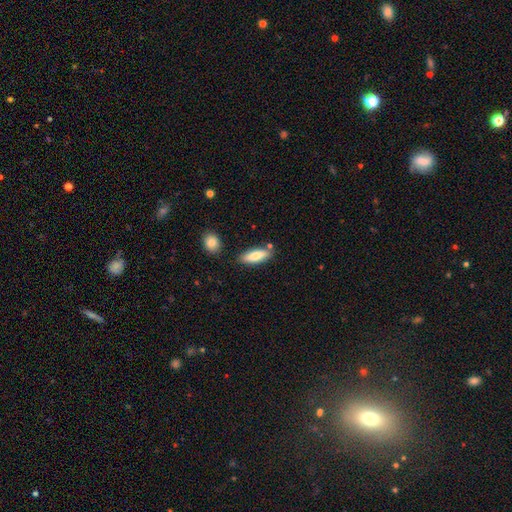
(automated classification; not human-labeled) Smooth or featured?
  - smooth: 80% *
  - featured or disk: 14%
  - star or artifact: 6%
How rounded?
  - in between: 55% *
  - cigar-shaped: 43%
  - round: 2%
Merging?
  - none: 79% *
  - minor disturbance: 12%
  - merger: 6%
  - major disturbance: 3%